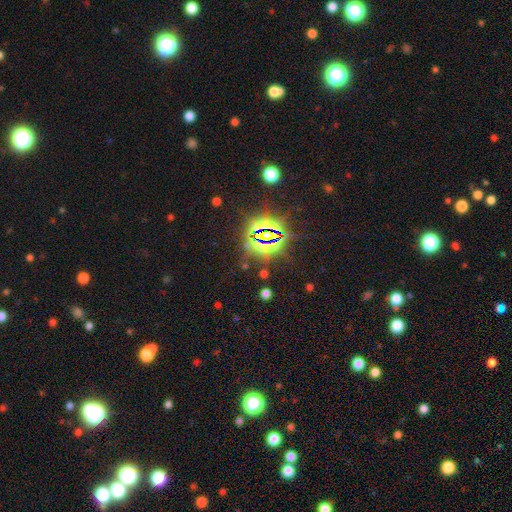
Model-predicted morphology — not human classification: smooth_or_featured: star or artifact (p=0.82) [alt: smooth p=0.12]